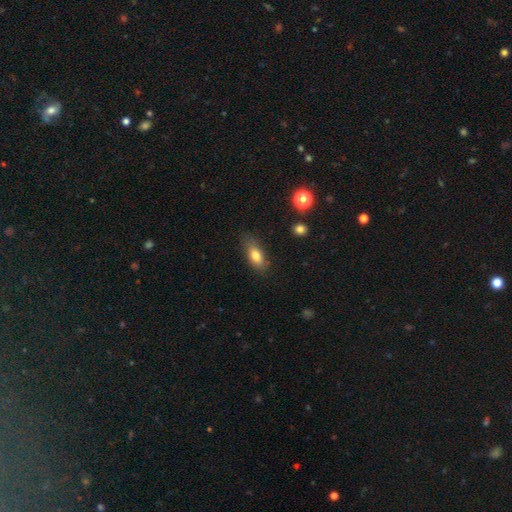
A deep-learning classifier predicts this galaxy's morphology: The model was most divided on "merging": none: 74%, minor disturbance: 19%, major disturbance: 5%, merger: 2%. More confident: how rounded — in between (79%); smooth or featured — smooth (77%).